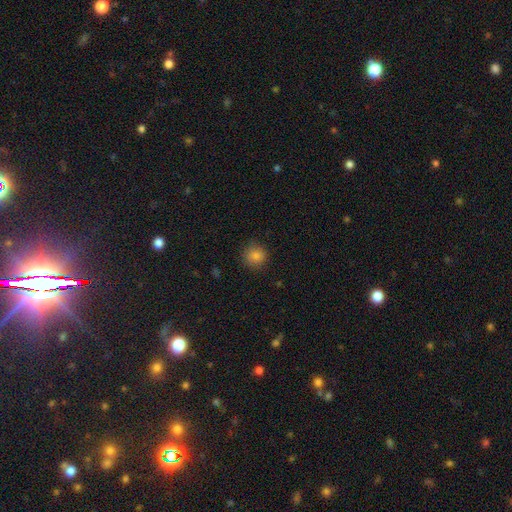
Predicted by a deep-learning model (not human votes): A smooth galaxy with no disk features (83%) that is round (90%). Merging: none (87%).